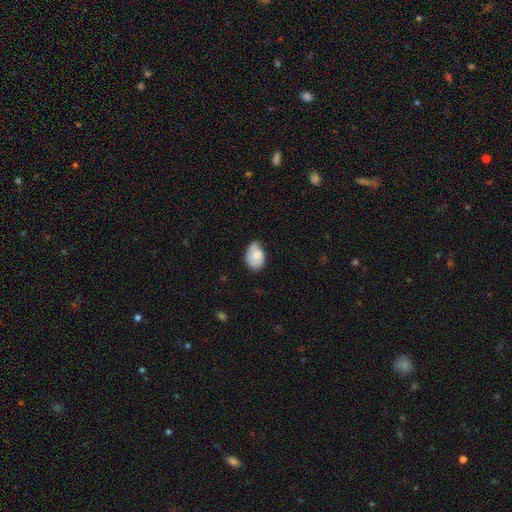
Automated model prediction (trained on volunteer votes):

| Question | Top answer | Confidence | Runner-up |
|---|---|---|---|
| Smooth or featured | smooth | 72% | featured or disk (20%) |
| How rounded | in between | 76% | round (23%) |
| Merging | minor disturbance | 43% | none (42%) |